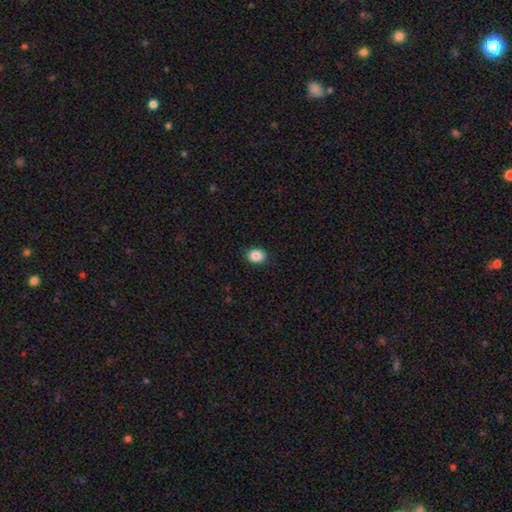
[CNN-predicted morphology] This appears to be a smooth galaxy with no disk features (87%) that is round (55%). Merging: none (91%).